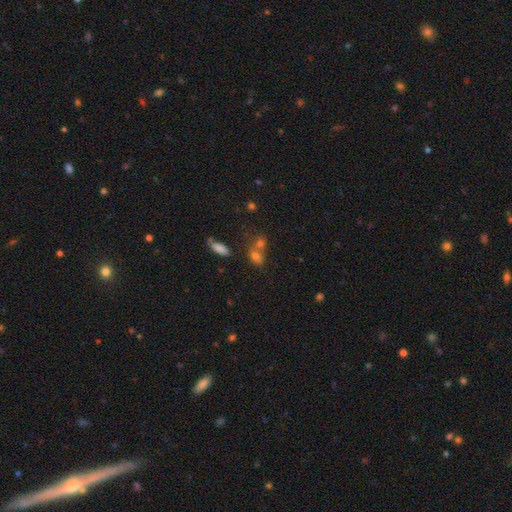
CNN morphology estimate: smooth 66%, star or artifact 20%, featured or disk 14%. Down the decision tree: how rounded — in between (51%); merging — merger (50%).